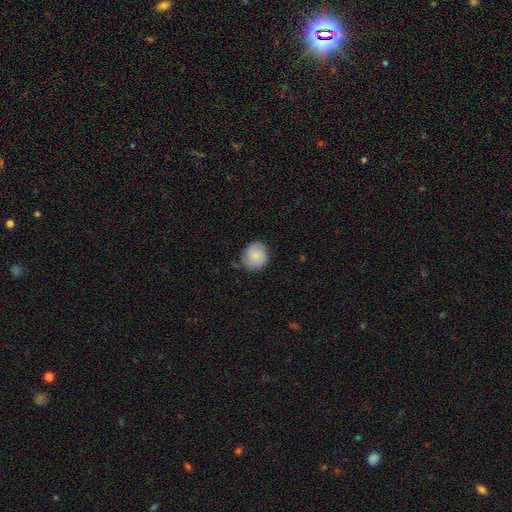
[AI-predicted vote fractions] Smooth or featured? smooth (67%)
How rounded? round (80%)
Merging? none (71%)